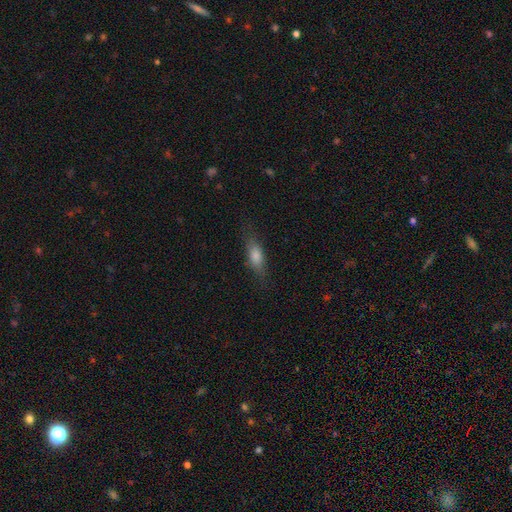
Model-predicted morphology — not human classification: smooth 75%, featured or disk 18%, star or artifact 8%. Down the decision tree: how rounded — in between (64%); merging — none (72%).